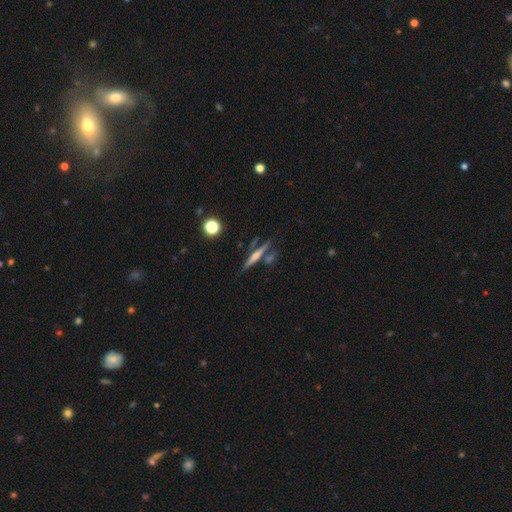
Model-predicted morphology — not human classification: Smooth or featured?
  - featured or disk: 66% *
  - smooth: 25%
  - star or artifact: 9%
Edge-on disk?
  - yes: 97% *
  - no: 3%
Edge-on bulge?
  - rounded: 79% *
  - none: 14%
  - boxy: 7%
Merging?
  - none: 74% *
  - merger: 12%
  - minor disturbance: 10%
  - major disturbance: 3%